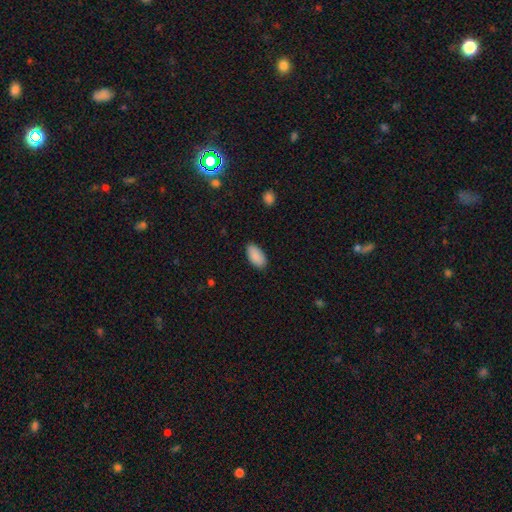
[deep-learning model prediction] This appears to be a smooth galaxy with no disk features (90%) that is in between round and cigar-shaped (95%). Merging: none (86%).